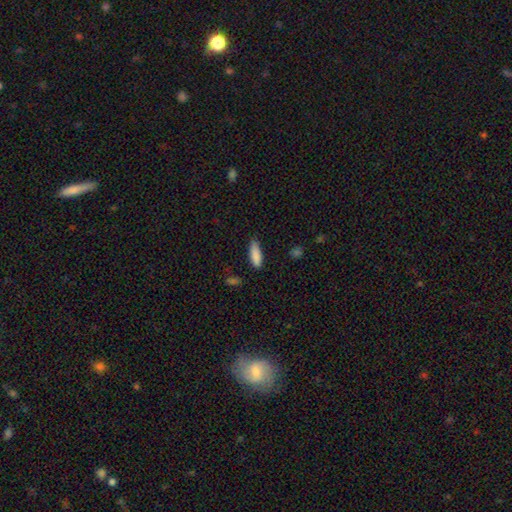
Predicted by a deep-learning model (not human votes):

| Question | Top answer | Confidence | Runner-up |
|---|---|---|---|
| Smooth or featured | smooth | 88% | star or artifact (7%) |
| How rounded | in between | 55% | cigar-shaped (43%) |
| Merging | none | 75% | minor disturbance (20%) |